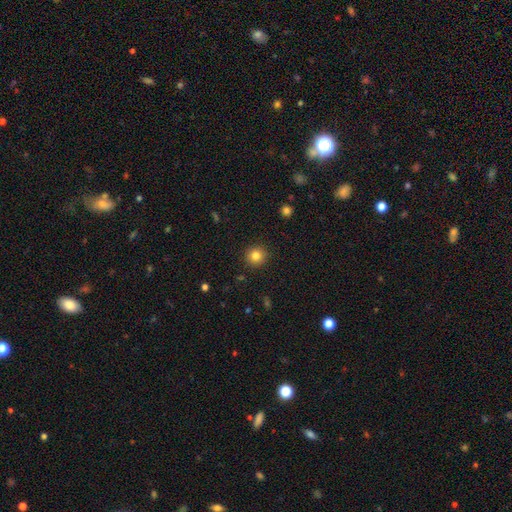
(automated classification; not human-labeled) This is clearly a smooth galaxy (82%). How rounded: clearly round (94%). Merging: clearly none (92%).